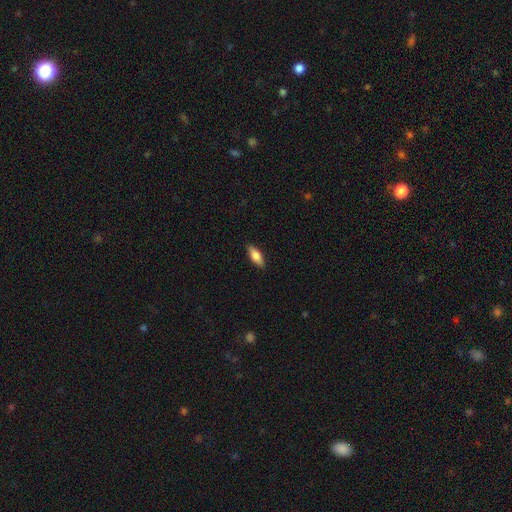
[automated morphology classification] Smooth or featured: smooth — 76% (featured or disk — 18%)
How rounded: in between — 72% (cigar-shaped — 25%)
Merging: none — 88% (minor disturbance — 9%)